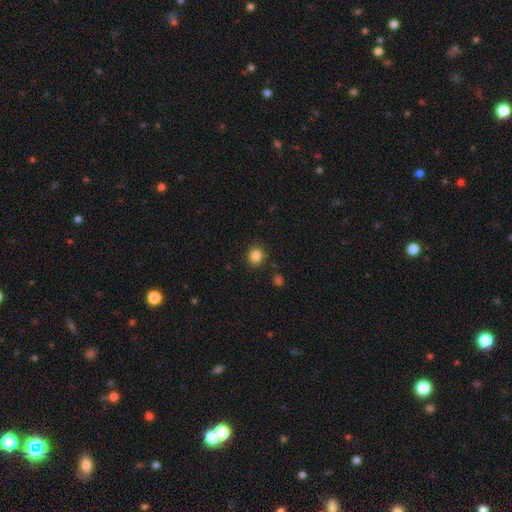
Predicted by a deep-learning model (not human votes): smooth-or-featured: smooth: 85% | star or artifact: 11% | featured or disk: 4%
  how-rounded: round: 84% | in between: 15% | cigar-shaped: 1%
  merging: none: 88% | minor disturbance: 8% | major disturbance: 2% | merger: 2%